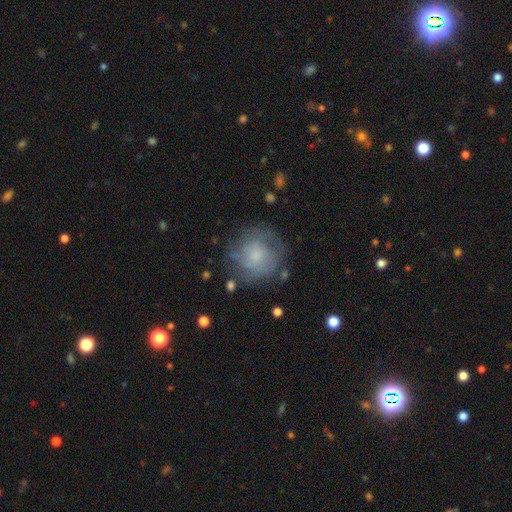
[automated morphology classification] Smooth or featured? smooth (53%)
How rounded? round (89%)
Merging? none (66%)